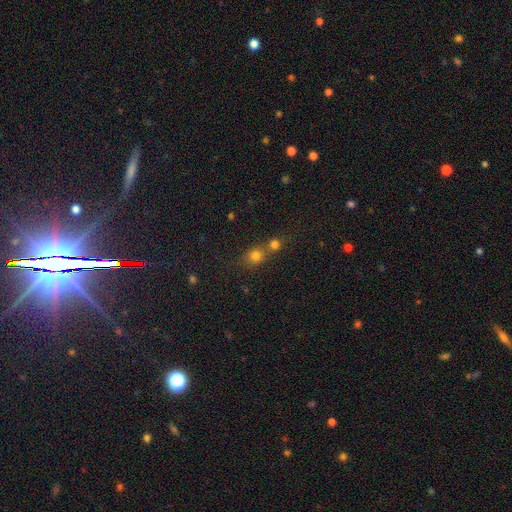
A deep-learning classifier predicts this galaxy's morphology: The model was most divided on "merging": merger: 49%, none: 42%, minor disturbance: 7%, major disturbance: 3%. More confident: how rounded — round (78%); smooth or featured — smooth (76%).